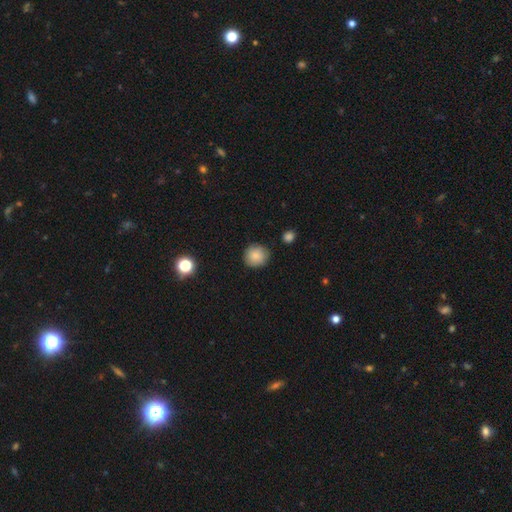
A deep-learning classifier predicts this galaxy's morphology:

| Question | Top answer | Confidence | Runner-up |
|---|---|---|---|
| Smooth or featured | smooth | 84% | star or artifact (9%) |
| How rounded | round | 88% | in between (11%) |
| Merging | none | 83% | minor disturbance (13%) |